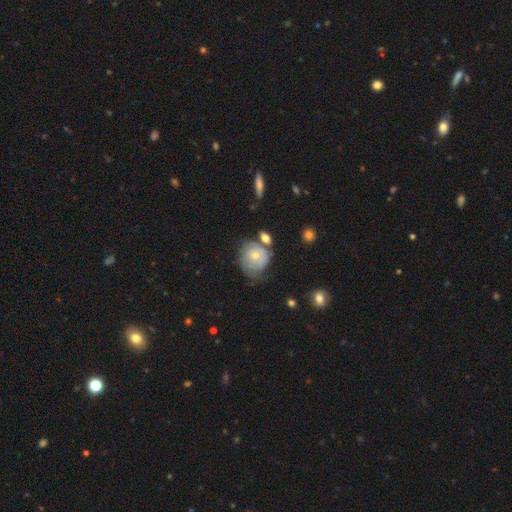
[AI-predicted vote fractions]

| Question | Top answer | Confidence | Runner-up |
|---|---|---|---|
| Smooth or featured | smooth | 49% | featured or disk (43%) |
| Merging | none | 40% | minor disturbance (30%) |